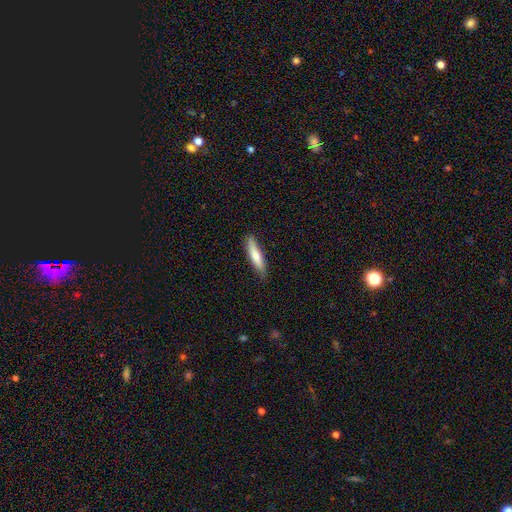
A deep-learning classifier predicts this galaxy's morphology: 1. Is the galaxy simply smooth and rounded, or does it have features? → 71% smooth, 24% featured or disk, 6% star or artifact.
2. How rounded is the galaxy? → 81% cigar-shaped, 18% in between, 1% round.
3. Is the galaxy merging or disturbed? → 84% none, 13% minor disturbance, 2% major disturbance, 1% merger.